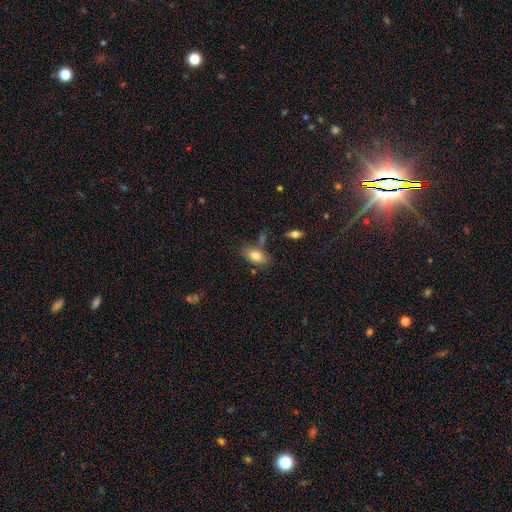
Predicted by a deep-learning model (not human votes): The model was most divided on "merging": none: 72%, minor disturbance: 15%, merger: 9%, major disturbance: 4%. More confident: how rounded — in between (90%); smooth or featured — smooth (79%).